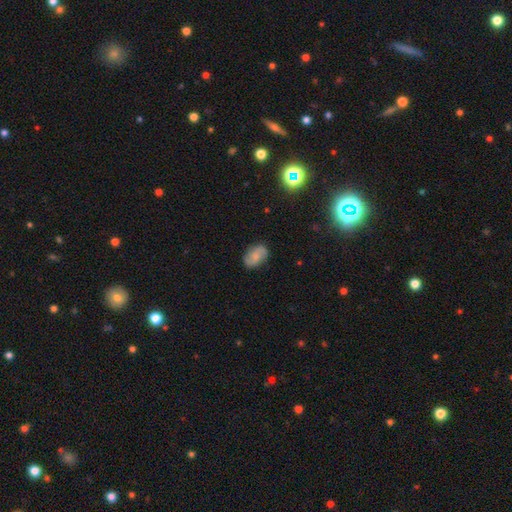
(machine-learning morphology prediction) Smooth or featured? featured or disk (49%)
Merging? none (80%)